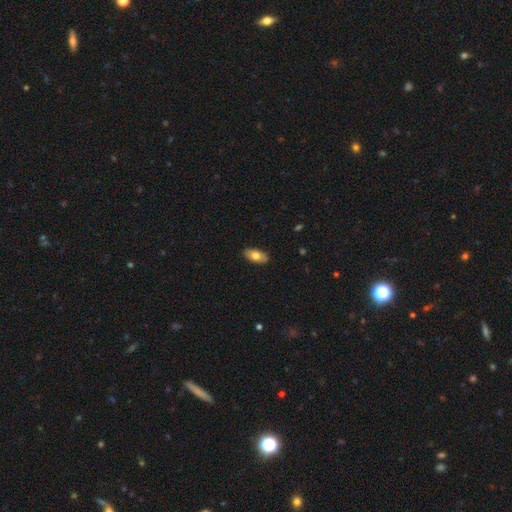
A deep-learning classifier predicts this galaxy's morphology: This appears to be a smooth galaxy with no disk features (76%) that is in between round and cigar-shaped (91%). Merging: none (89%).